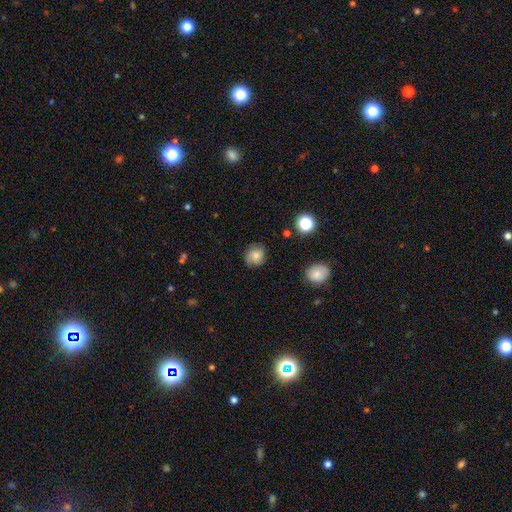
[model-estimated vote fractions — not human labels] A smooth galaxy with no disk features (66%) that is round (74%). Merging: none (76%).